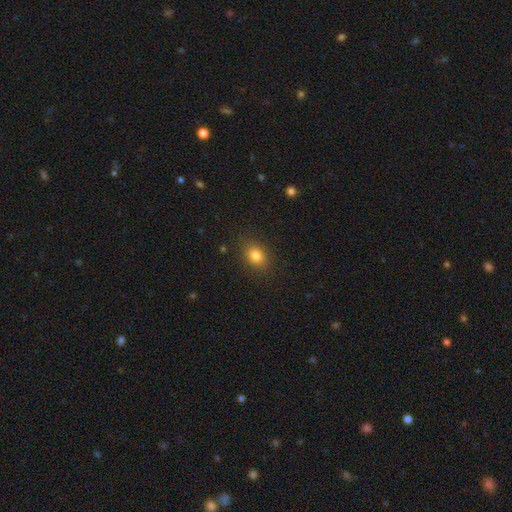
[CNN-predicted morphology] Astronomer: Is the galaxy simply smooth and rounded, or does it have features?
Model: smooth — 82%.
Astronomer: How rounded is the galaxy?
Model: in between — 51% (runner-up: round, 48%).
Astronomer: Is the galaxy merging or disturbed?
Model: none — 86%.